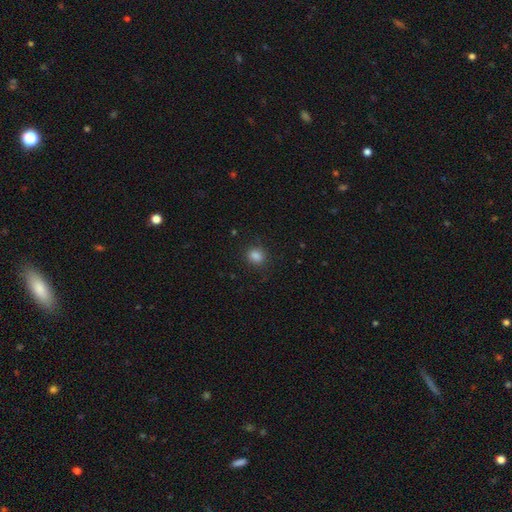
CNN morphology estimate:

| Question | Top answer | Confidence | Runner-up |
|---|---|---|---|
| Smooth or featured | smooth | 85% | star or artifact (11%) |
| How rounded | round | 58% | in between (40%) |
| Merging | none | 85% | minor disturbance (10%) |